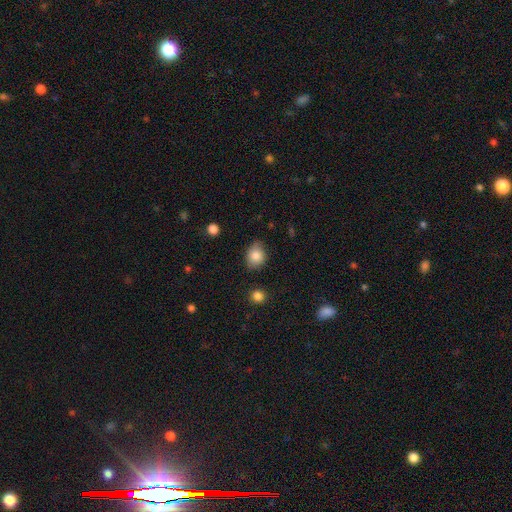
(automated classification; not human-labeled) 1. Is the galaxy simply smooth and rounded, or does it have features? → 84% smooth, 9% star or artifact, 8% featured or disk.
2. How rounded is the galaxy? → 51% round, 48% in between, 1% cigar-shaped.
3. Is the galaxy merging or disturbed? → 72% none, 23% minor disturbance, 4% major disturbance, 2% merger.